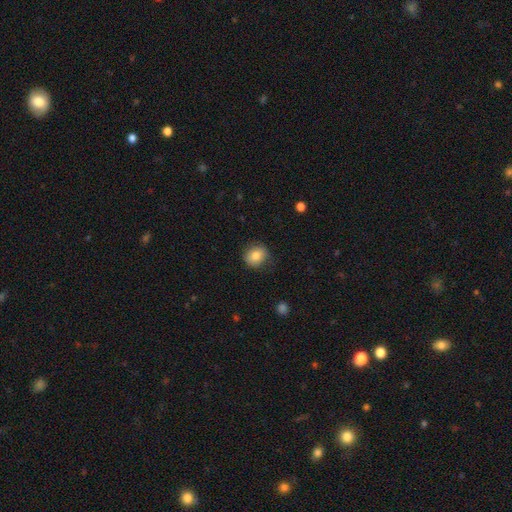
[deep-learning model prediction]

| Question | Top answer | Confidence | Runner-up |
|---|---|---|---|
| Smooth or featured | smooth | 81% | featured or disk (10%) |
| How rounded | round | 78% | in between (21%) |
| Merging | none | 83% | minor disturbance (13%) |